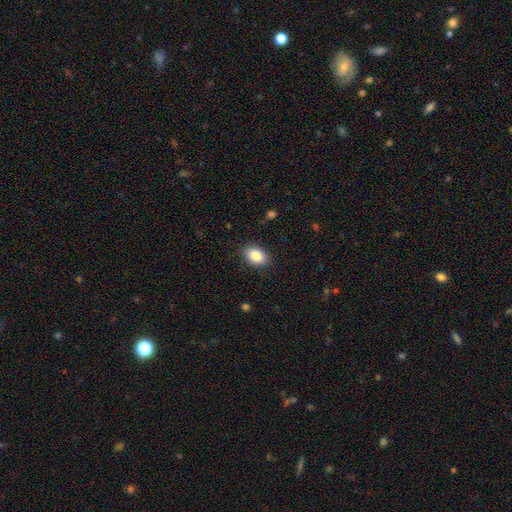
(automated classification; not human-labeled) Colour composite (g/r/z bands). It shows a smooth galaxy with no disk features (86%) that is in between round and cigar-shaped (80%). Merging: none (87%).